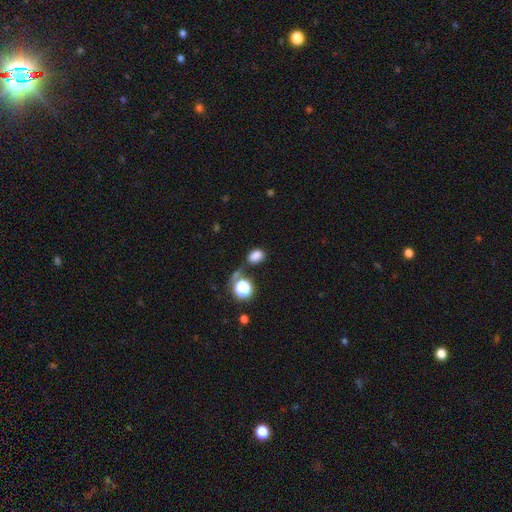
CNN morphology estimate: Smooth or featured? Predicted: smooth (p=0.79). How rounded? Predicted: in between (p=0.73). Merging? Predicted: none (p=0.60).